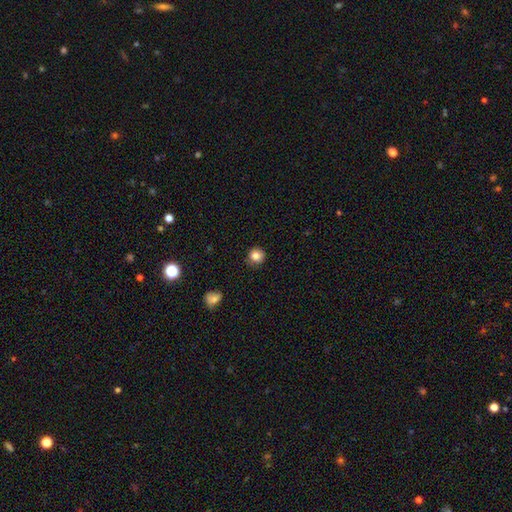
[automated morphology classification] Overall: smooth (83%). How rounded: round (92%). Merging: none (87%).